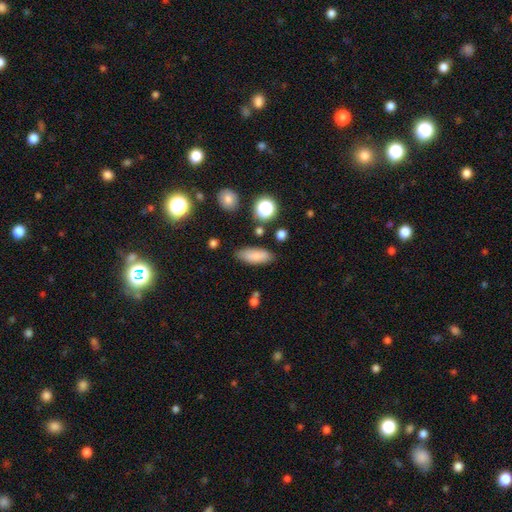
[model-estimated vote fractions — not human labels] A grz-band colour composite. It shows a smooth galaxy with no disk features (81%) that is in between round and cigar-shaped (75%). Merging: none (81%).